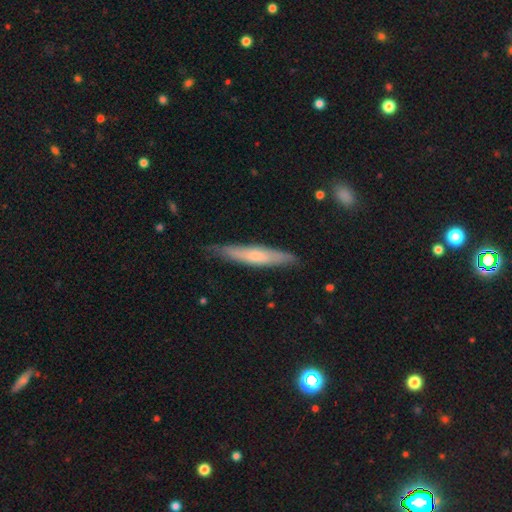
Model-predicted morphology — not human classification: A smooth galaxy with no disk features (56%) that is cigar-shaped (89%).

Vote fractions:
- Smooth or featured? smooth: 56% / featured or disk: 38% / star or artifact: 6%
- How rounded? cigar-shaped: 89% / in between: 9% / round: 1%
- Merging? none: 79% / minor disturbance: 17% / major disturbance: 3% / merger: 1%